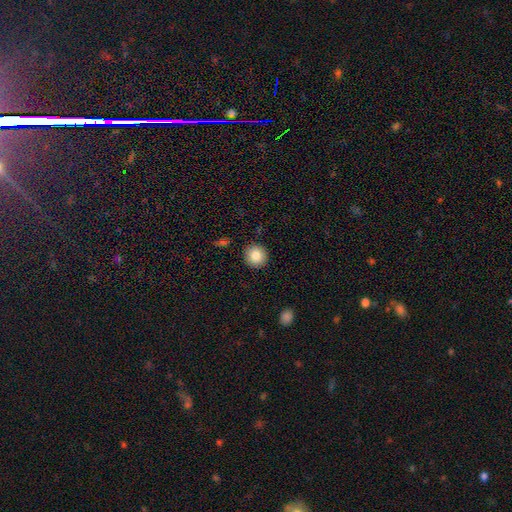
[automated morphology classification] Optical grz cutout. It shows a smooth galaxy with no disk features (85%) that is round (91%). Merging: none (91%).